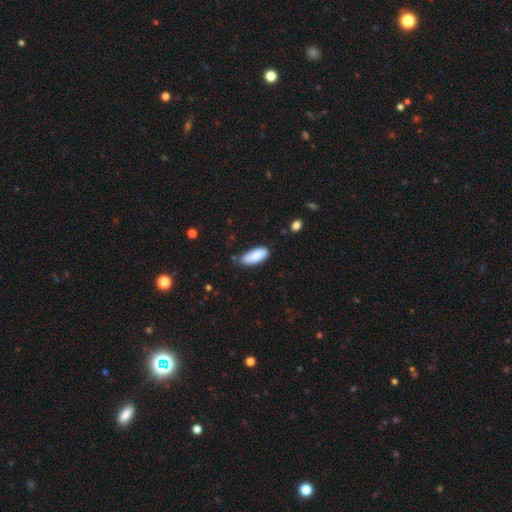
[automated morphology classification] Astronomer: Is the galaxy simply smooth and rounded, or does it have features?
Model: smooth — 88%.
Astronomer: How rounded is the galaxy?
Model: in between — 78%.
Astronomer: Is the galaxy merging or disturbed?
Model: none — 67%.